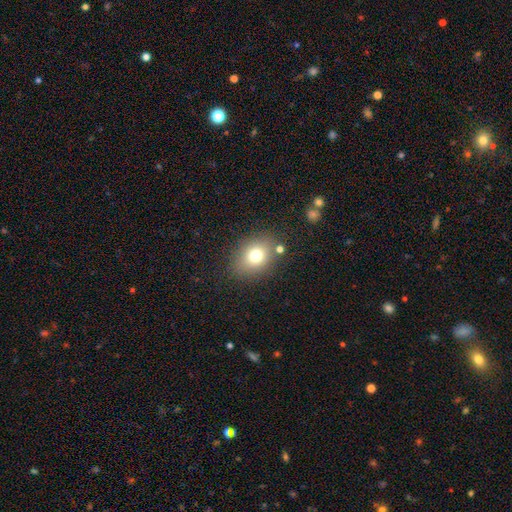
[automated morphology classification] smooth_or_featured: smooth (p=0.74) [alt: featured or disk p=0.13]
how_rounded: in between (p=0.59) [alt: round p=0.40]
merging: none (p=0.80) [alt: minor disturbance p=0.11]